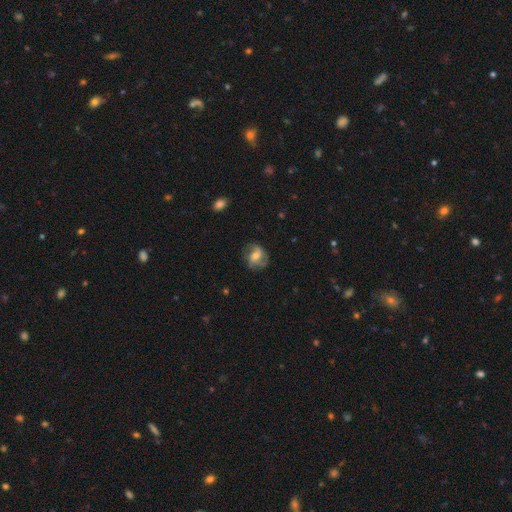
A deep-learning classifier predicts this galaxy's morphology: This is likely a featured or disk galaxy (65%). It is clearly not viewed edge-on (97%). Bar: possibly no (45%). Spiral arm pattern: clearly yes (90%). Spiral arm count: possibly 2 (46%). Spiral winding: possibly medium (46%). Central bulge: possibly moderate (58%). Merging: likely none (71%).